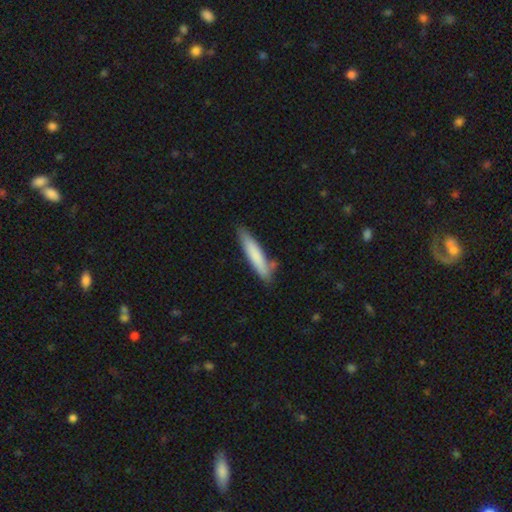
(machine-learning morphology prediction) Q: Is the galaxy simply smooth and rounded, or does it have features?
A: smooth — 77%.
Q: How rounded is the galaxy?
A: cigar-shaped — 90%.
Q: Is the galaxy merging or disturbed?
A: none — 77%.